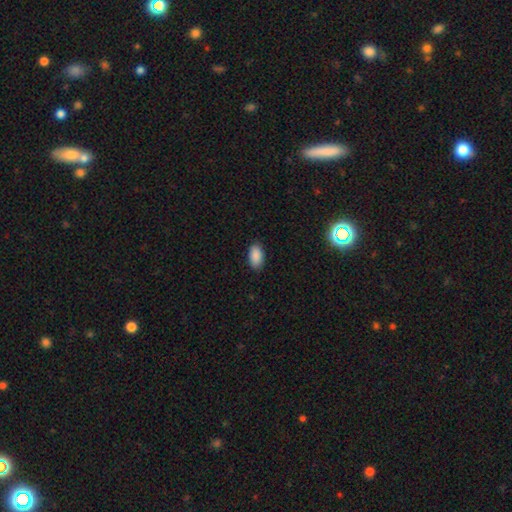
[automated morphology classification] smooth-or-featured: smooth: 90% | star or artifact: 7% | featured or disk: 3%
  how-rounded: in between: 94% | round: 4% | cigar-shaped: 2%
  merging: none: 88% | minor disturbance: 9% | major disturbance: 2% | merger: 1%